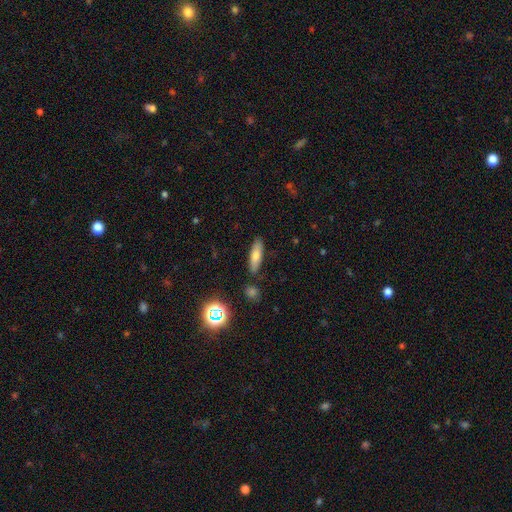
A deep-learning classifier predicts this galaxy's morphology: type=smooth (72%); roundness=cigar-shaped (55%); merging=none (85%).